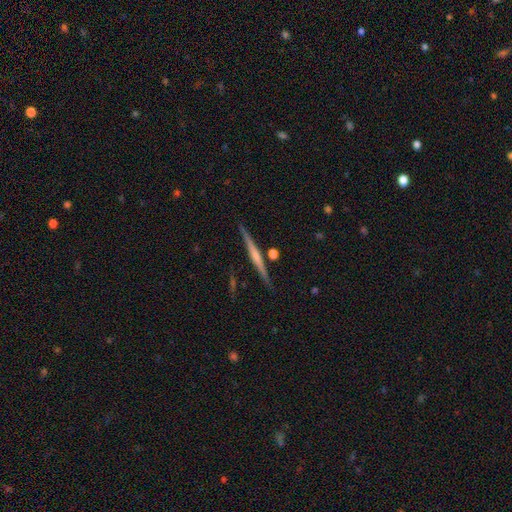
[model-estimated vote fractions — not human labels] Smooth or featured: featured or disk — 68% (smooth — 26%)
Edge-on disk: yes — 98% (no — 2%)
Edge-on bulge: none — 44% (rounded — 41%)
Merging: none — 88% (minor disturbance — 7%)